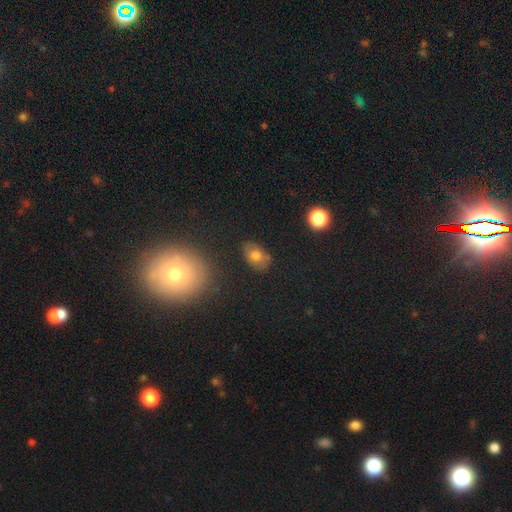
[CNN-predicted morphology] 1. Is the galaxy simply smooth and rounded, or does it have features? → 70% smooth, 17% featured or disk, 13% star or artifact.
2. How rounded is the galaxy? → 80% in between, 18% round, 2% cigar-shaped.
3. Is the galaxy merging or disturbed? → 71% none, 20% minor disturbance, 6% major disturbance, 4% merger.